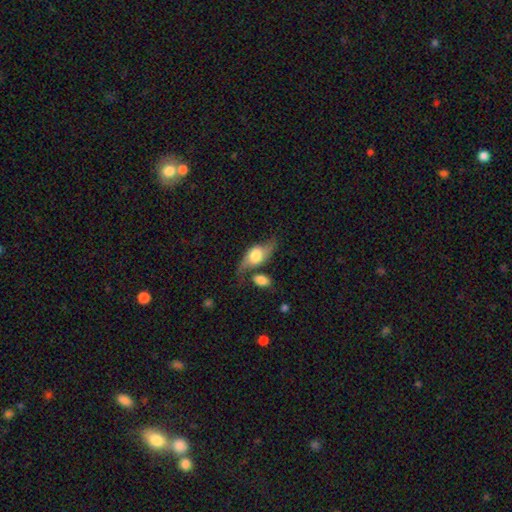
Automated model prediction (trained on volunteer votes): A featured or disk galaxy (56%).

Vote fractions:
- Smooth or featured? featured or disk: 56% / smooth: 37% / star or artifact: 7%
- Edge-on disk? no: 76% / yes: 24%
- Merging? none: 47% / minor disturbance: 23% / merger: 17% / major disturbance: 13%